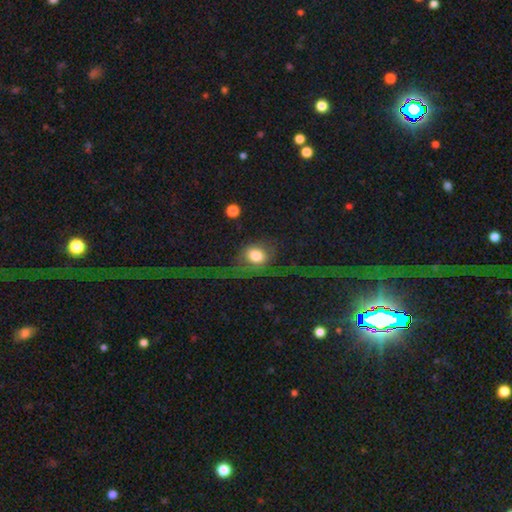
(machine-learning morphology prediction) smooth-or-featured: smooth: 59% | featured or disk: 31% | star or artifact: 10%
  how-rounded: round: 64% | in between: 34% | cigar-shaped: 2%
  merging: major disturbance: 46% | none: 35% | minor disturbance: 15% | merger: 5%